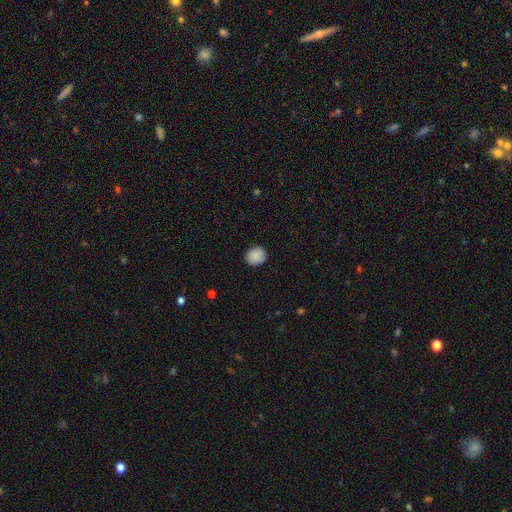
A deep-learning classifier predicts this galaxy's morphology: Overall: smooth (89%). How rounded: round (77%). Merging: none (88%).